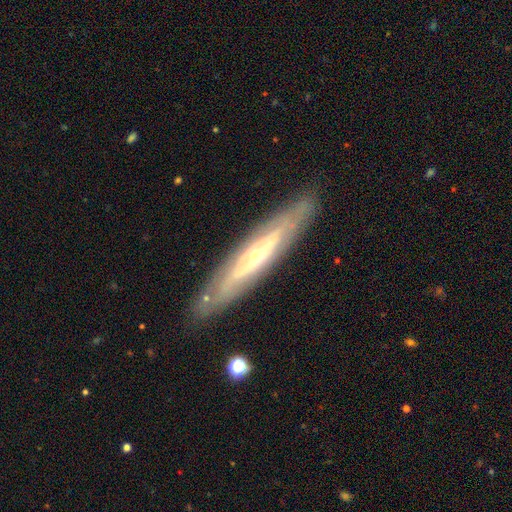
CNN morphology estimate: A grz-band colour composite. It shows a featured or disk galaxy (77%) viewed edge-on (54%). Merging: none (84%).